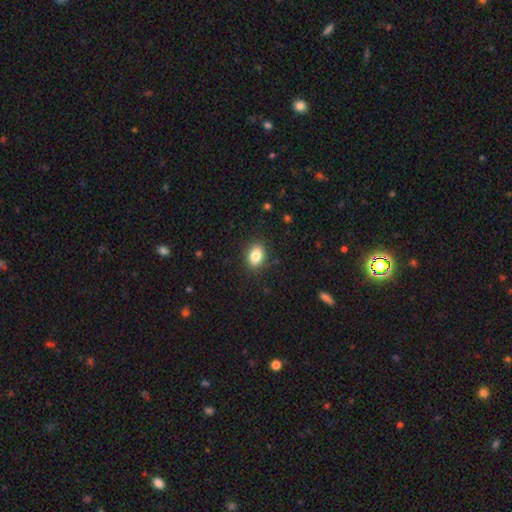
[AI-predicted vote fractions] Smooth or featured: smooth — 85% (star or artifact — 9%)
How rounded: in between — 78% (round — 21%)
Merging: none — 88% (minor disturbance — 9%)